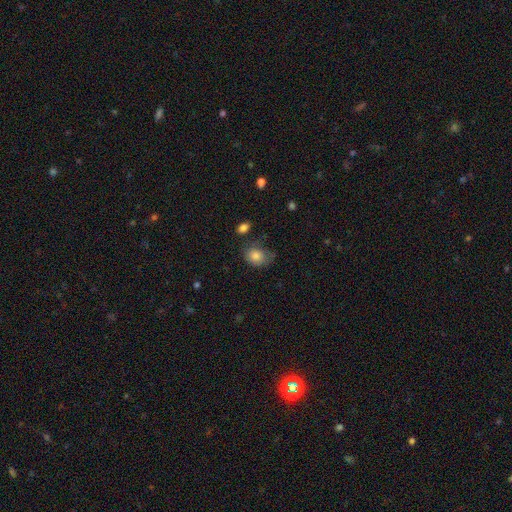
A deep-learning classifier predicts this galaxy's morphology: Overall: smooth (82%). How rounded: in between (54%; round 45%). Merging: none (54%; minor disturbance 30%).